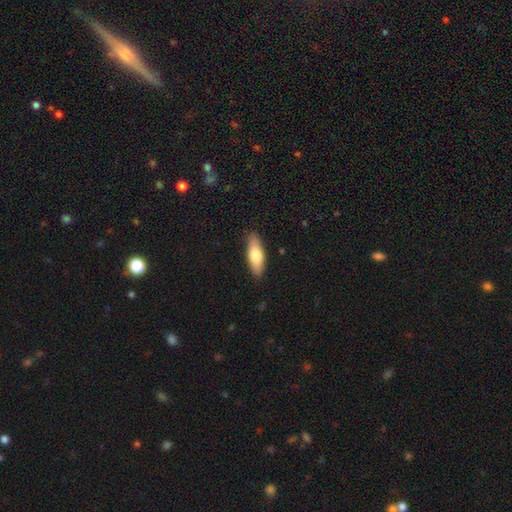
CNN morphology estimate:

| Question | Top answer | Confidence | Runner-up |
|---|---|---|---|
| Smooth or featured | smooth | 72% | featured or disk (22%) |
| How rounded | in between | 58% | cigar-shaped (40%) |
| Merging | none | 88% | minor disturbance (9%) |